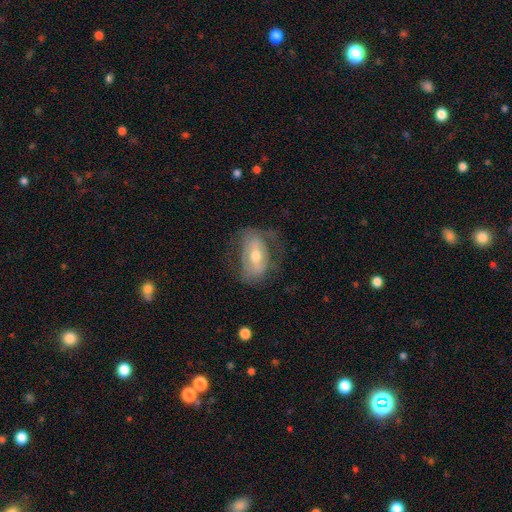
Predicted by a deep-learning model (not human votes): A featured or disk galaxy (61%) with a weak bar (37%), spiral arms (57%) and a moderate central bulge (66%). Merging: none (54%).